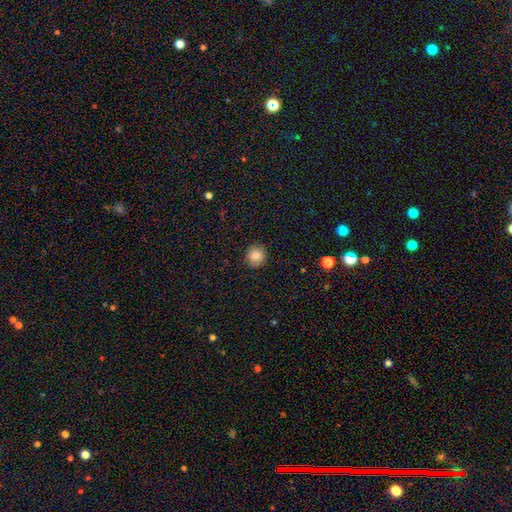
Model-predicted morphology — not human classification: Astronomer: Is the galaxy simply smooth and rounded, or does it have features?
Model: smooth — 80%.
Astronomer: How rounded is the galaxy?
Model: round — 88%.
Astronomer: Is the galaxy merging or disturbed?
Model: none — 87%.